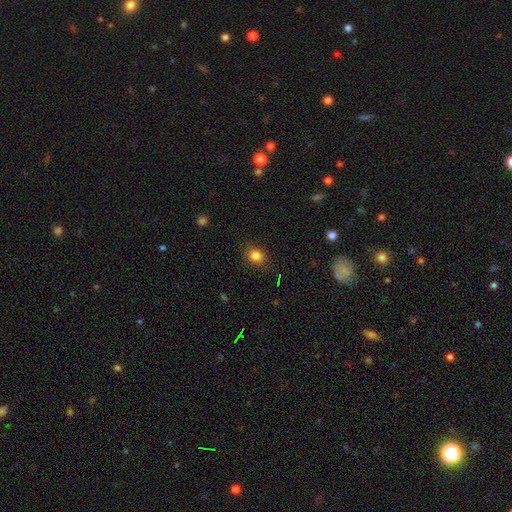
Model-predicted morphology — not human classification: Smooth or featured: smooth — 83% (star or artifact — 12%)
How rounded: round — 61% (in between — 38%)
Merging: none — 84% (minor disturbance — 12%)